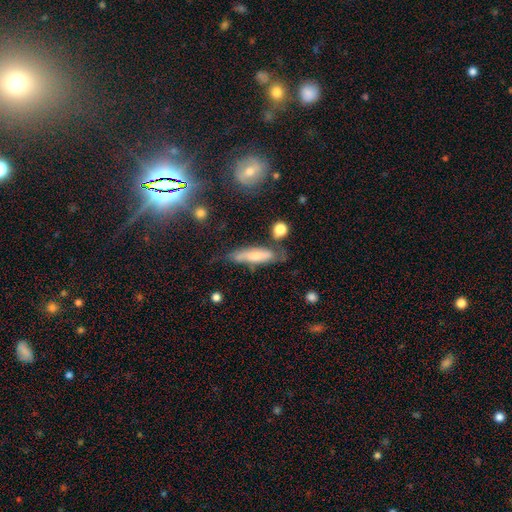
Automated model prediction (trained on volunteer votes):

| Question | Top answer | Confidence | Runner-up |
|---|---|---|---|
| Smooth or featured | smooth | 58% | featured or disk (34%) |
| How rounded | cigar-shaped | 66% | in between (32%) |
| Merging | none | 54% | minor disturbance (28%) |